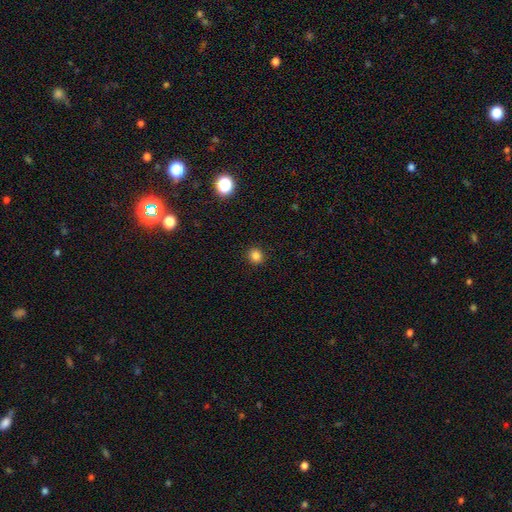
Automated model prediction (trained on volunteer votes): A smooth galaxy with no disk features (83%) that is round (88%). Merging: none (91%).